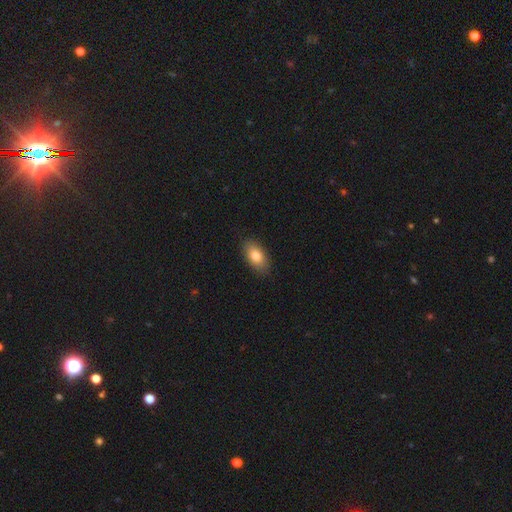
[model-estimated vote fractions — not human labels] The model was most divided on "smooth or featured": smooth: 81%, featured or disk: 12%, star or artifact: 7%. More confident: how rounded — in between (92%); merging — none (87%).